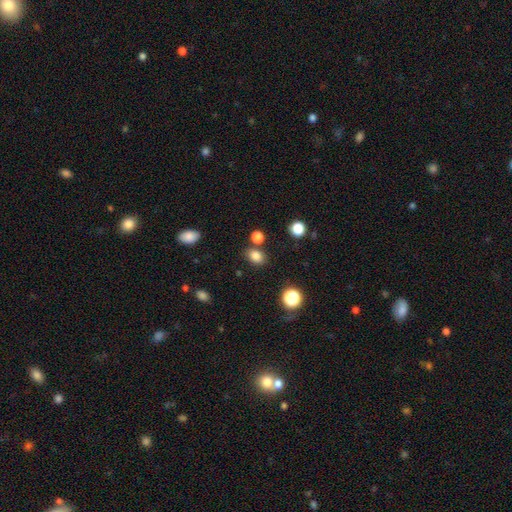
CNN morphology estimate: smooth-or-featured: smooth: 81% | star or artifact: 13% | featured or disk: 6%
  how-rounded: in between: 63% | round: 36% | cigar-shaped: 1%
  merging: none: 76% | minor disturbance: 12% | merger: 9% | major disturbance: 4%